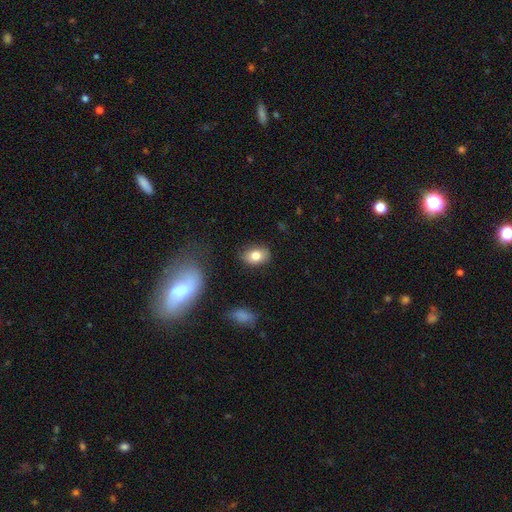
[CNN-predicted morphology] Q: Smooth or featured?
A: smooth (79%); runner-up: featured or disk (12%)
Q: How rounded?
A: in between (77%); runner-up: round (22%)
Q: Merging?
A: none (82%); runner-up: minor disturbance (13%)